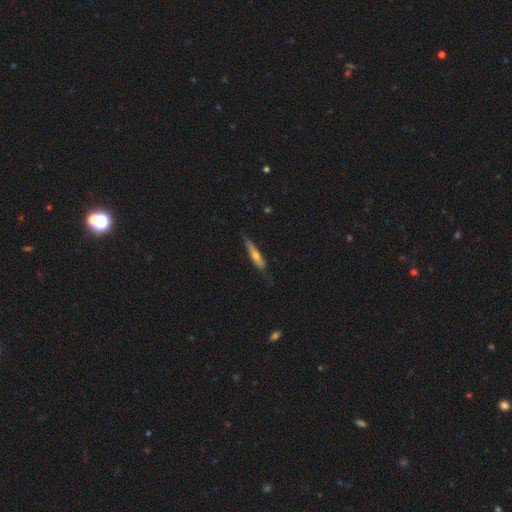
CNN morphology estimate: A smooth galaxy with no disk features (47%, tied with featured or disk). Merging: none (75%).